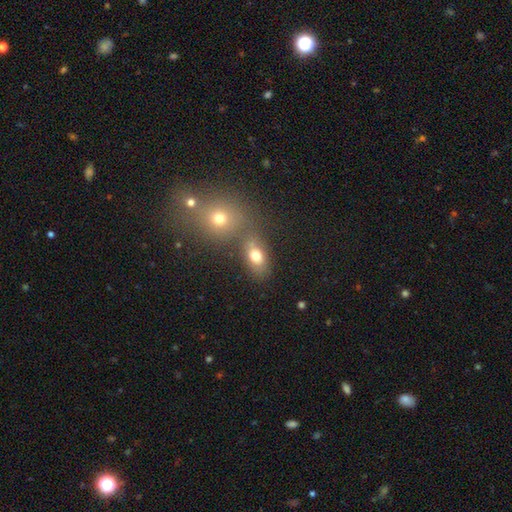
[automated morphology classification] Q: Smooth or featured?
A: smooth (72%); runner-up: star or artifact (15%)
Q: How rounded?
A: in between (71%); runner-up: round (27%)
Q: Merging?
A: none (54%); runner-up: merger (29%)